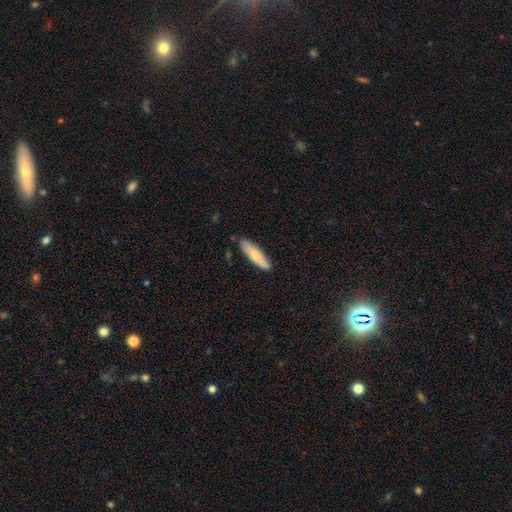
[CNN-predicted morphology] Overall: smooth (77%). How rounded: cigar-shaped (67%; in between 32%). Merging: none (82%).